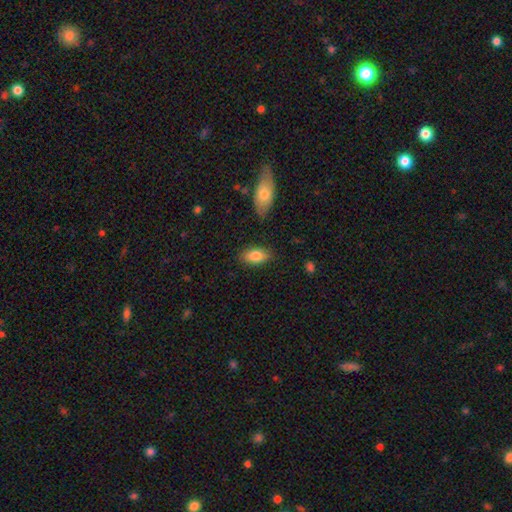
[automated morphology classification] smooth_or_featured: smooth (p=0.81) [alt: featured or disk p=0.12]
how_rounded: in between (p=0.91) [alt: round p=0.05]
merging: none (p=0.82) [alt: minor disturbance p=0.13]